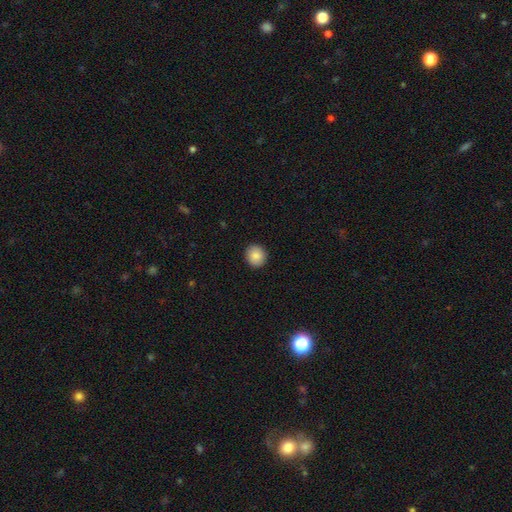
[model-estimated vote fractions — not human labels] smooth 87%, star or artifact 8%, featured or disk 5%. Down the decision tree: how rounded — round (86%); merging — none (91%).